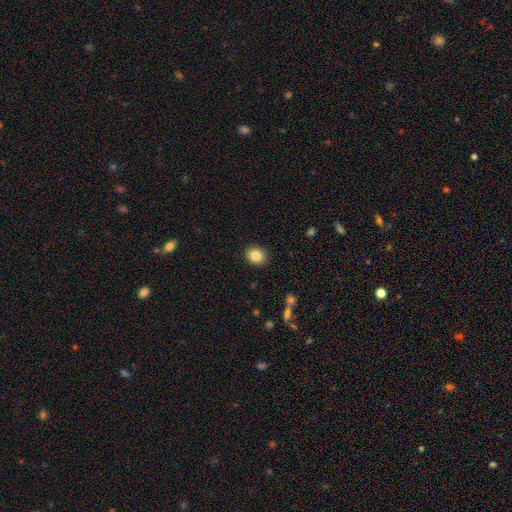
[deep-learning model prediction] smooth 84%, star or artifact 9%, featured or disk 7%. Down the decision tree: how rounded — round (66%); merging — none (90%).